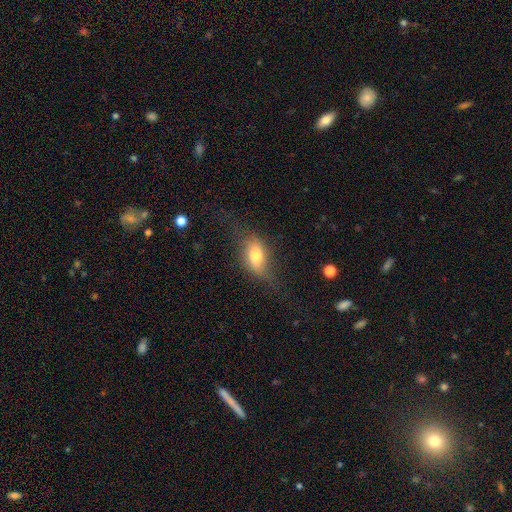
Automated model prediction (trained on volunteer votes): Morphology: type=smooth (67%); roundness=in between (83%); merging=none (56%).